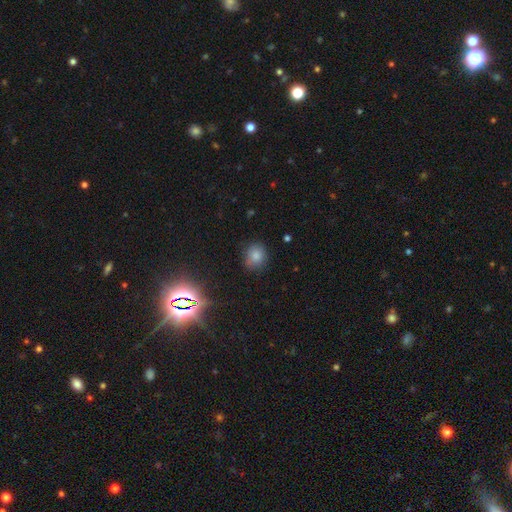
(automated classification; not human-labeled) Smooth or featured: smooth — 79% (star or artifact — 14%)
How rounded: round — 72% (in between — 27%)
Merging: none — 79% (minor disturbance — 16%)